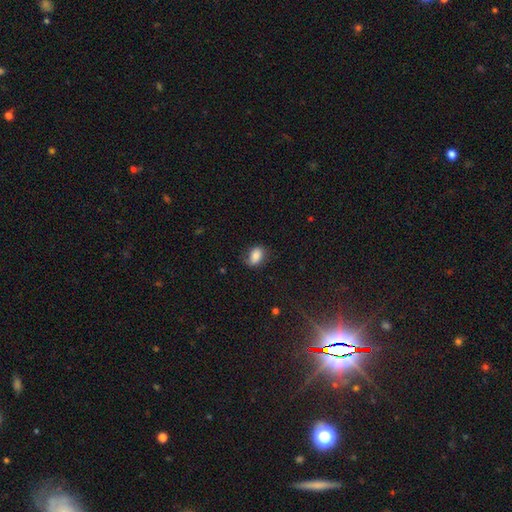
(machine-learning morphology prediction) smooth_or_featured: smooth (p=0.80) [alt: featured or disk p=0.11]
how_rounded: in between (p=0.82) [alt: round p=0.16]
merging: none (p=0.67) [alt: minor disturbance p=0.24]